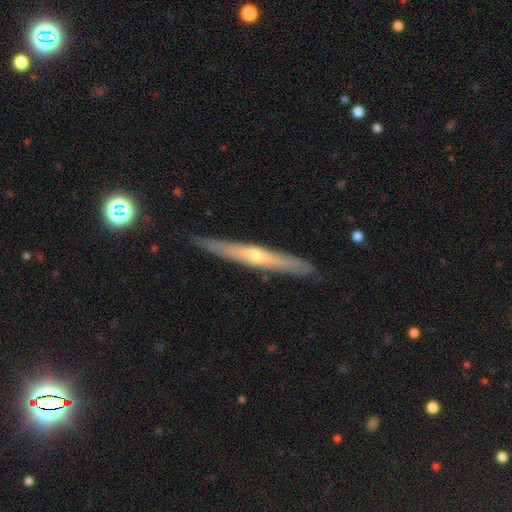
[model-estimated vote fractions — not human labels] smooth-or-featured: featured or disk: 68% | smooth: 25% | star or artifact: 6%
  disk-edge-on: yes: 93% | no: 7%
    edge-on-bulge: rounded: 74% | none: 24% | boxy: 2%
  merging: none: 88% | minor disturbance: 9% | major disturbance: 2% | merger: 1%